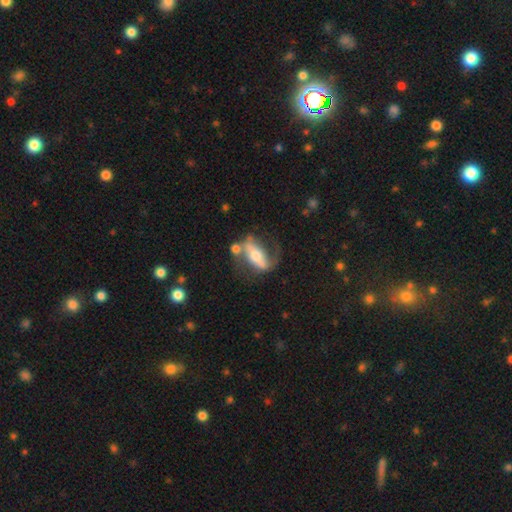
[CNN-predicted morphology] featured or disk 73%, smooth 21%, star or artifact 6%. Down the decision tree: edge-on disk — no (81%); bar — strong (57%); spiral arms — yes (75%); bulge size — moderate (63%); merging — none (48%).